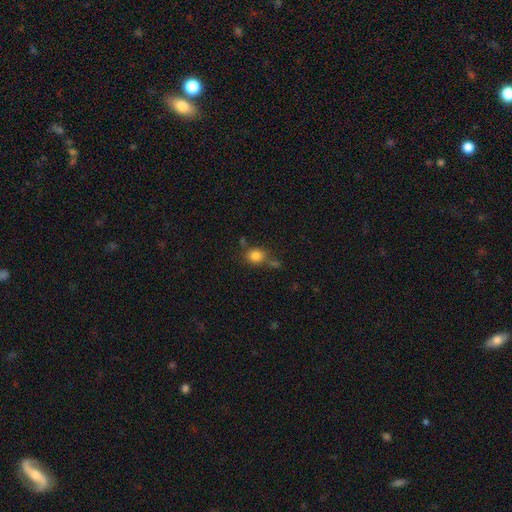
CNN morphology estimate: This appears to be a smooth galaxy with no disk features (82%) that is round (70%). Merging: none (64%).